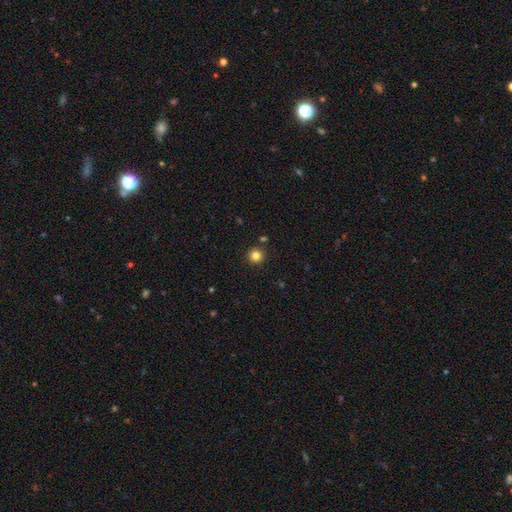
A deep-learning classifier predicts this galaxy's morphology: smooth_or_featured: smooth (p=0.82) [alt: star or artifact p=0.13]
how_rounded: round (p=0.95) [alt: in between p=0.04]
merging: none (p=0.90) [alt: minor disturbance p=0.05]